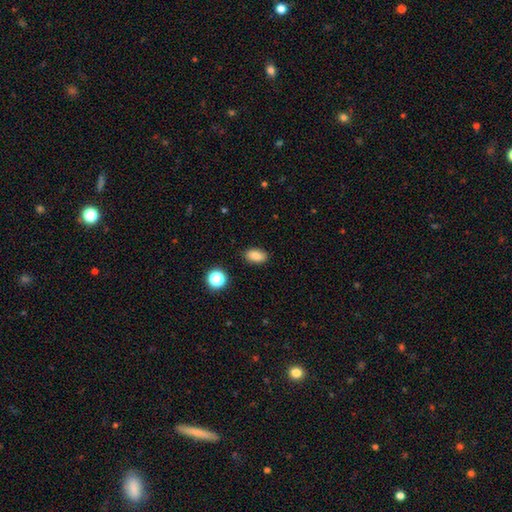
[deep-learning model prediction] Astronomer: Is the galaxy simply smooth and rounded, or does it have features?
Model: smooth — 84%.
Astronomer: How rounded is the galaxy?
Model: in between — 88%.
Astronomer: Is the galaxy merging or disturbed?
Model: none — 87%.